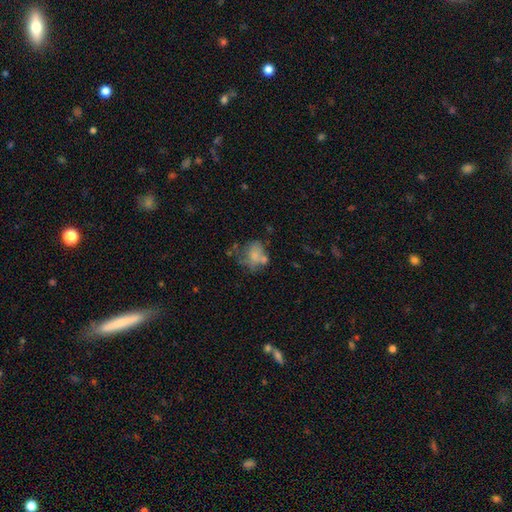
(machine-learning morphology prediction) Smooth or featured? smooth (60%)
How rounded? round (51%)
Merging? none (31%)